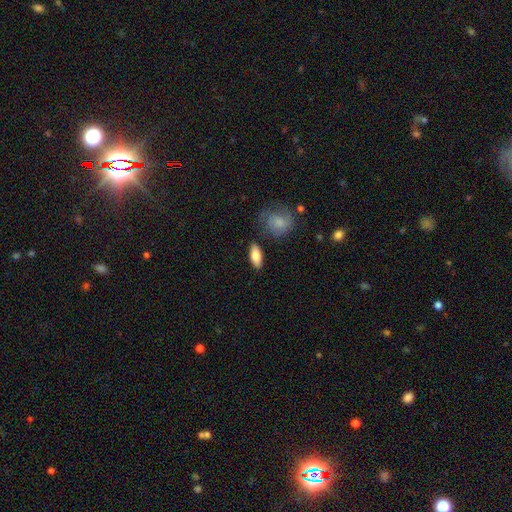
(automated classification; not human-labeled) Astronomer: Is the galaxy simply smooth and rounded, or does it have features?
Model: smooth — 80%.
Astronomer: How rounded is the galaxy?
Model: in between — 81%.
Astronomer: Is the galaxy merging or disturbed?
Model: none — 83%.